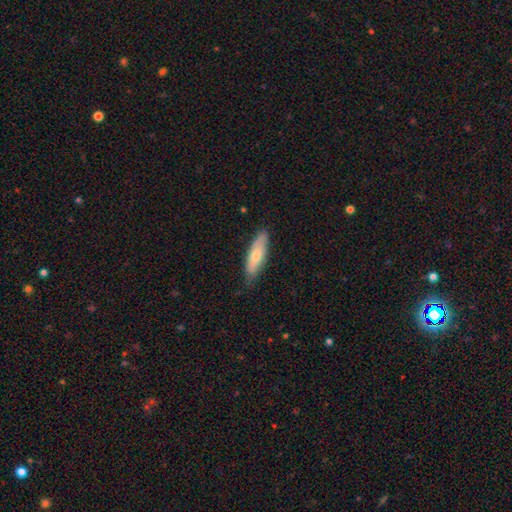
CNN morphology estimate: This is likely a smooth galaxy (66%). How rounded: possibly cigar-shaped (59%). Merging: likely none (80%).